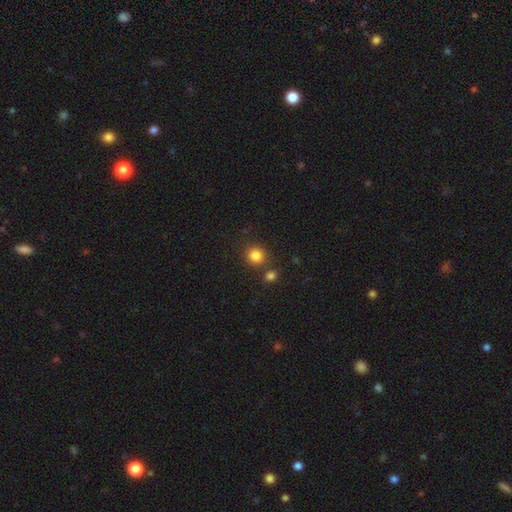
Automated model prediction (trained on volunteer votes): A smooth galaxy with no disk features (84%) that is round (89%). Merging: none (78%).